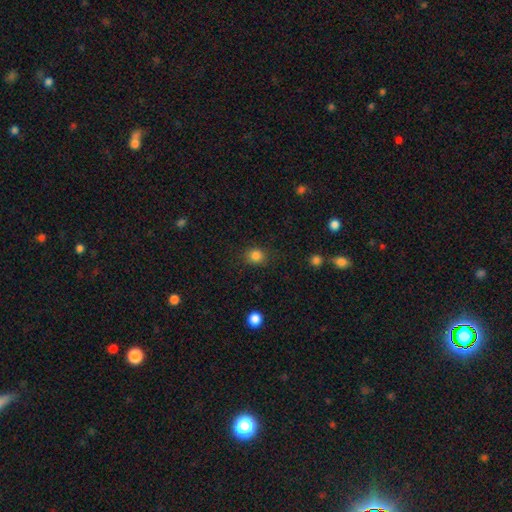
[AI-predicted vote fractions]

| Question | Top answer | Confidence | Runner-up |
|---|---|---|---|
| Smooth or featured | smooth | 84% | star or artifact (12%) |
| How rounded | round | 76% | in between (23%) |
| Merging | none | 84% | minor disturbance (11%) |